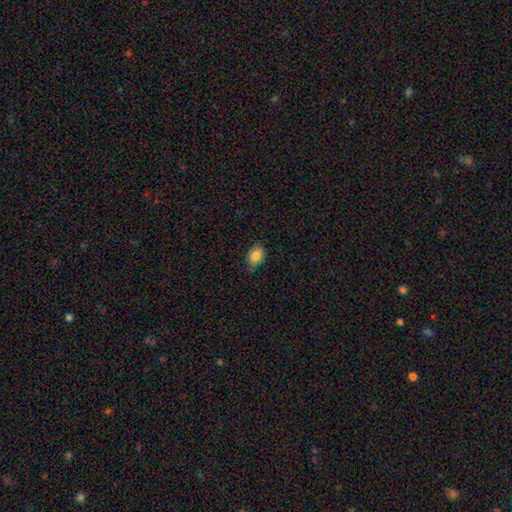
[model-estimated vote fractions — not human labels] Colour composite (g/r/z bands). It shows a smooth galaxy with no disk features (85%) that is in between round and cigar-shaped (78%). Merging: none (77%).